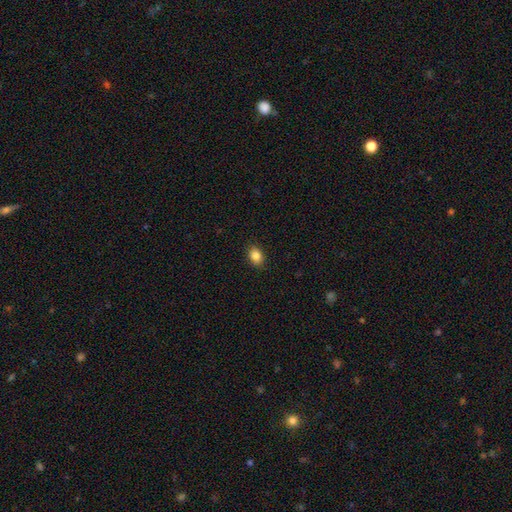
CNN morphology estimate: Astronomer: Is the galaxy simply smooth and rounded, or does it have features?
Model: smooth — 85%.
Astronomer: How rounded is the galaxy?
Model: in between — 64%.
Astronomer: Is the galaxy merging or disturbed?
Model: none — 90%.